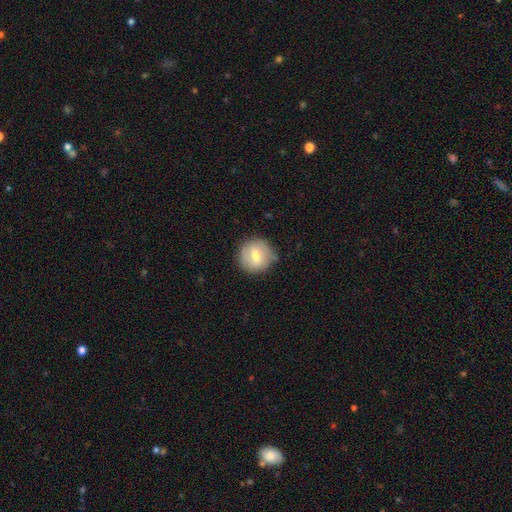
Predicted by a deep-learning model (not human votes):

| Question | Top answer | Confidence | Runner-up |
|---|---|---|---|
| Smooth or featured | smooth | 64% | featured or disk (28%) |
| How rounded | round | 94% | in between (5%) |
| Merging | none | 81% | minor disturbance (15%) |